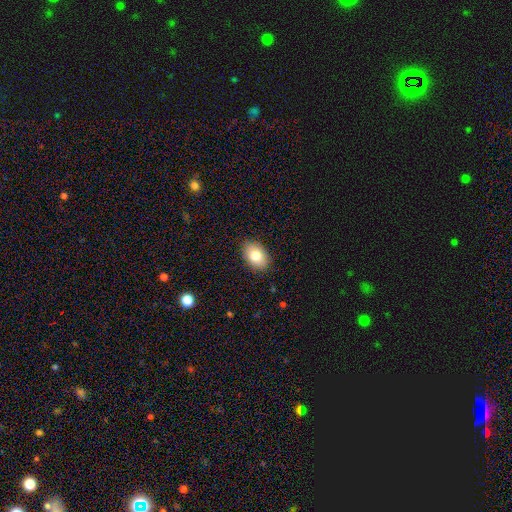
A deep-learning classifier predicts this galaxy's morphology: Smooth or featured?
  - smooth: 81% *
  - featured or disk: 12%
  - star or artifact: 8%
How rounded?
  - in between: 82% *
  - round: 17%
  - cigar-shaped: 1%
Merging?
  - none: 88% *
  - minor disturbance: 9%
  - major disturbance: 2%
  - merger: 1%